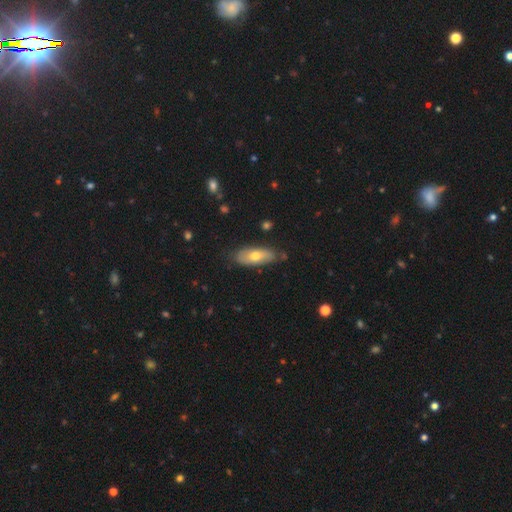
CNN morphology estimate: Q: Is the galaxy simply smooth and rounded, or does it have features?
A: smooth — 57%.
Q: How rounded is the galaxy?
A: in between — 79%.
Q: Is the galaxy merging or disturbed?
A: none — 78%.